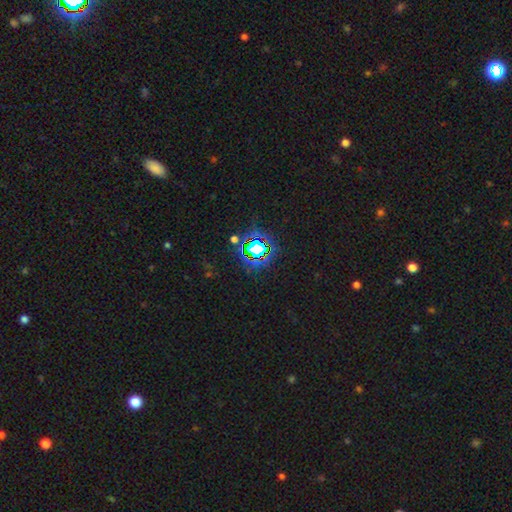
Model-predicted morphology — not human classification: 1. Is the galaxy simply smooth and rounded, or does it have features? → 74% star or artifact, 17% smooth, 9% featured or disk.